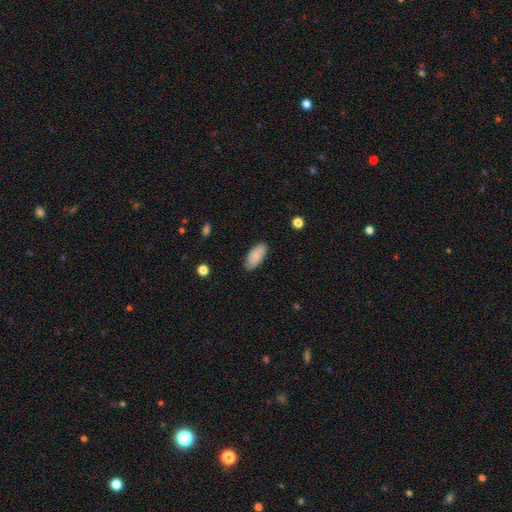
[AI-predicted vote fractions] Smooth or featured? Predicted: smooth (p=0.78). How rounded? Predicted: in between (p=0.90). Merging? Predicted: none (p=0.80).